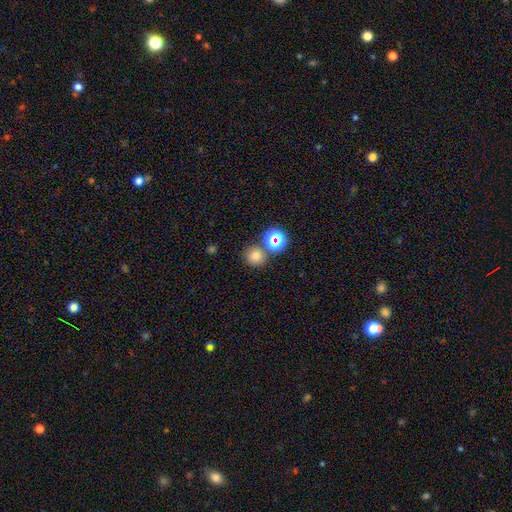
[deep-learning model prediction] A smooth galaxy with no disk features (74%) that is round (88%).

Vote fractions:
- Smooth or featured? smooth: 74% / star or artifact: 20% / featured or disk: 6%
- How rounded? round: 88% / in between: 11% / cigar-shaped: 1%
- Merging? none: 74% / merger: 15% / minor disturbance: 8% / major disturbance: 3%